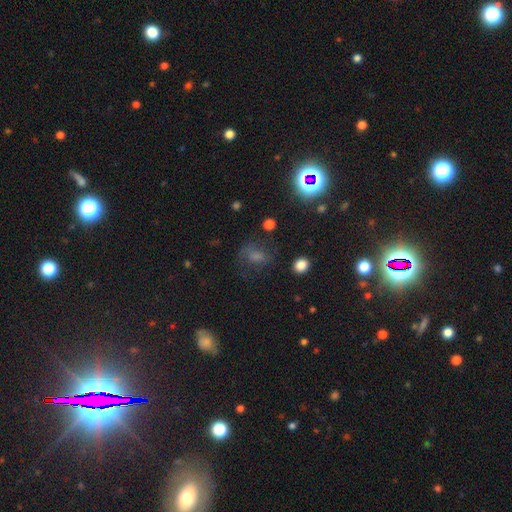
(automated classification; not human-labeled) Morphology: type=smooth (52%); roundness=in between (59%); merging=none (52%).